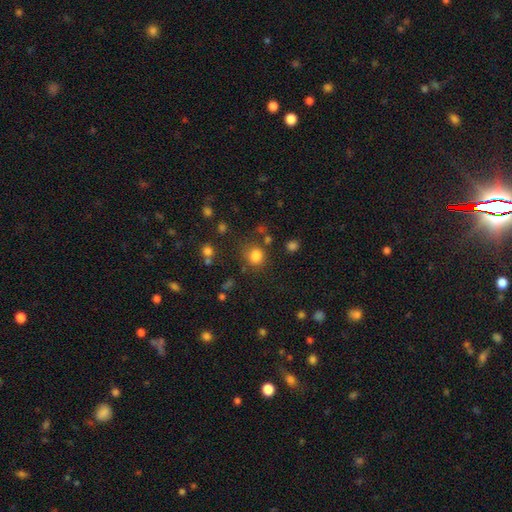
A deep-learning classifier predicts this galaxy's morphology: smooth_or_featured: smooth (p=0.81) [alt: star or artifact p=0.14]
how_rounded: round (p=0.80) [alt: in between p=0.19]
merging: none (p=0.71) [alt: minor disturbance p=0.15]